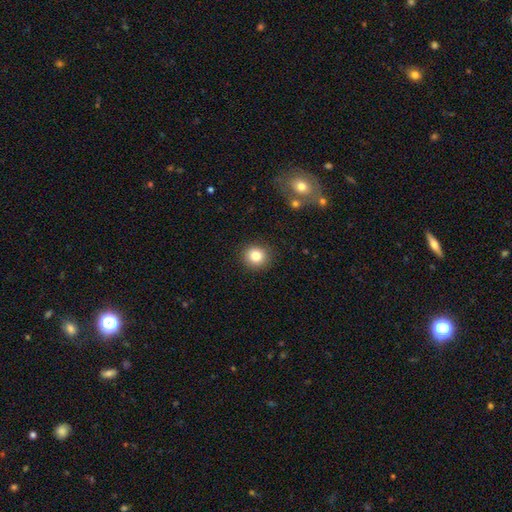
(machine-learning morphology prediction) type=smooth (82%); roundness=round (90%); merging=none (90%).